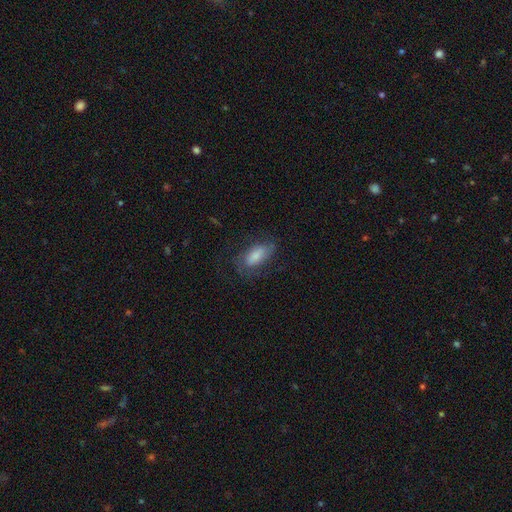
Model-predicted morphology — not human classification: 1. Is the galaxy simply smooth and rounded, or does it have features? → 61% smooth, 31% featured or disk, 8% star or artifact.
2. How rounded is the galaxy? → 84% in between, 12% cigar-shaped, 4% round.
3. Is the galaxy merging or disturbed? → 59% none, 23% minor disturbance, 17% major disturbance, 1% merger.